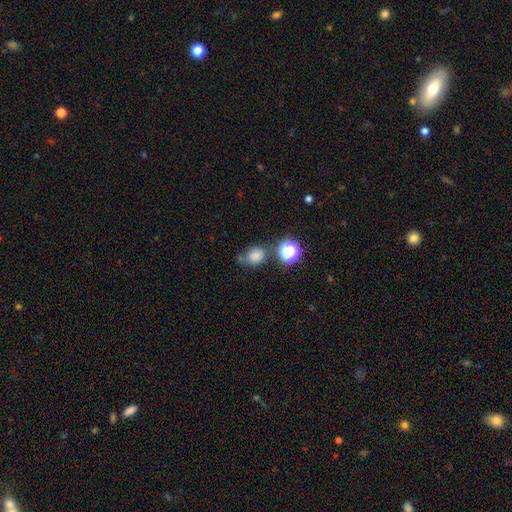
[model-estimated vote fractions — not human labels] This is likely a smooth galaxy (79%). How rounded: possibly round (53%). Merging: likely none (61%).